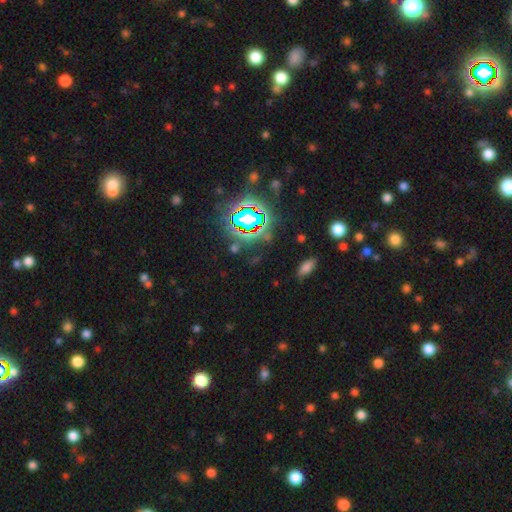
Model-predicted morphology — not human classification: This is likely a star or artifact rather than a galaxy (72%).